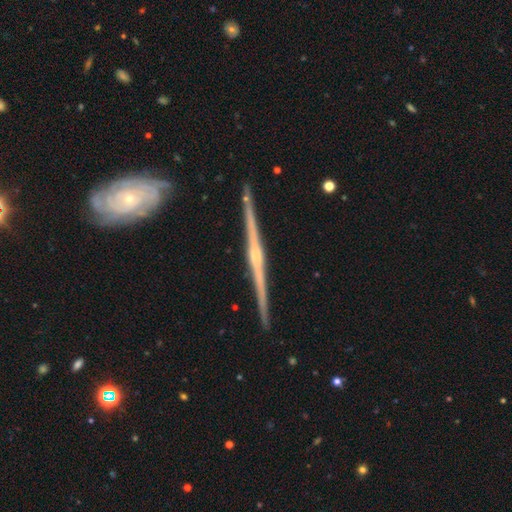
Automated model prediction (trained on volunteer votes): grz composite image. It shows a featured or disk galaxy (88%) viewed edge-on (98%) with a rounded central bulge (63%). Merging: none (89%).